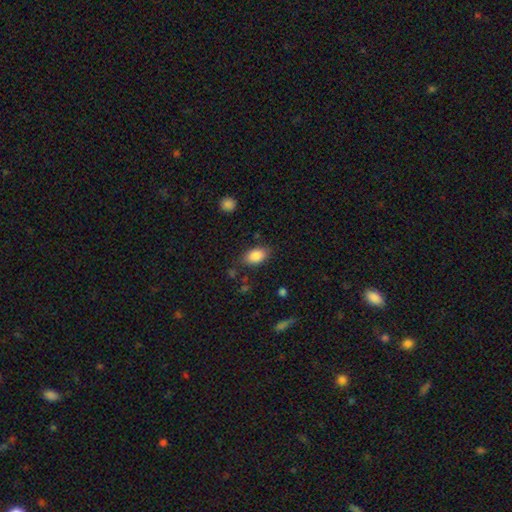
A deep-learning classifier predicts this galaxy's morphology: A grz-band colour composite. It shows a smooth galaxy with no disk features (87%) that is in between round and cigar-shaped (90%). Merging: none (80%).